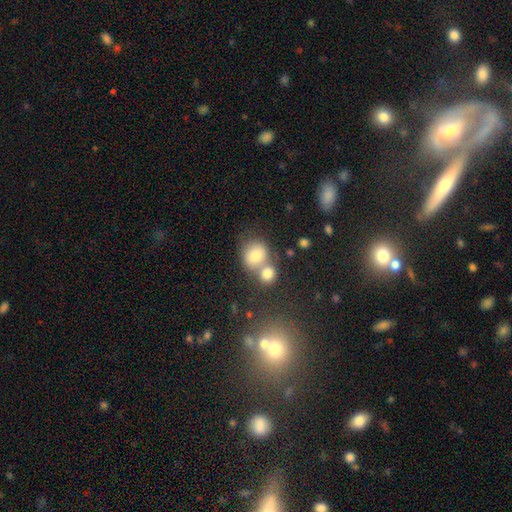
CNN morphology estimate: smooth 77%, featured or disk 12%, star or artifact 11%. Down the decision tree: how rounded — round (74%); merging — merger (43%).